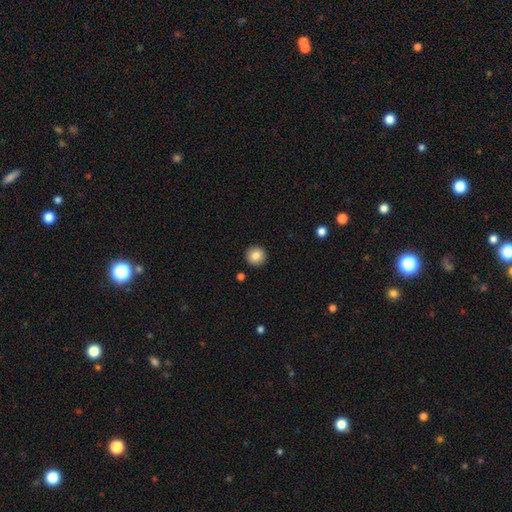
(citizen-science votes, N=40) smooth 75%, featured or disk 15%, star or artifact 10%. Down the decision tree: how rounded — round (100%); merging — none (97%).